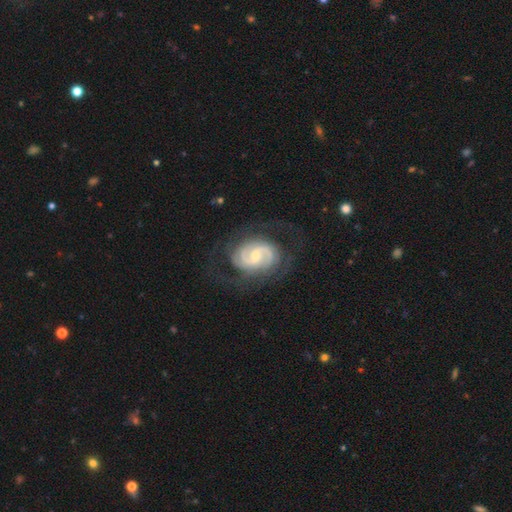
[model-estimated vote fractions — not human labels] Overall: featured or disk (89%). Edge-on disk: no (98%). Bar: weak (49%; no 39%). Spiral arms: yes (98%). Spiral arm count: 2 (72%). Spiral winding: tight (51%; medium 38%). Bulge size: small (46%, tied with moderate). Merging: none (70%).